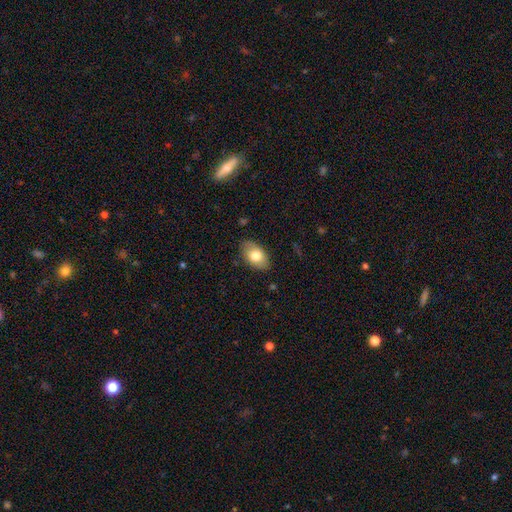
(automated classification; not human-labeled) This is likely a smooth galaxy (76%). How rounded: clearly in between (91%). Merging: clearly none (84%).